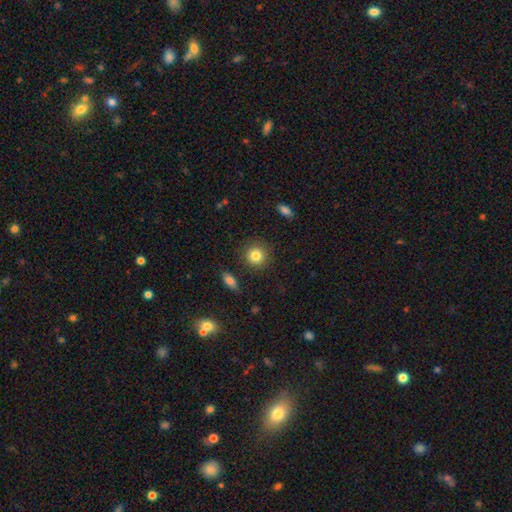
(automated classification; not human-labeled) Smooth or featured? smooth (83%)
How rounded? round (91%)
Merging? none (87%)